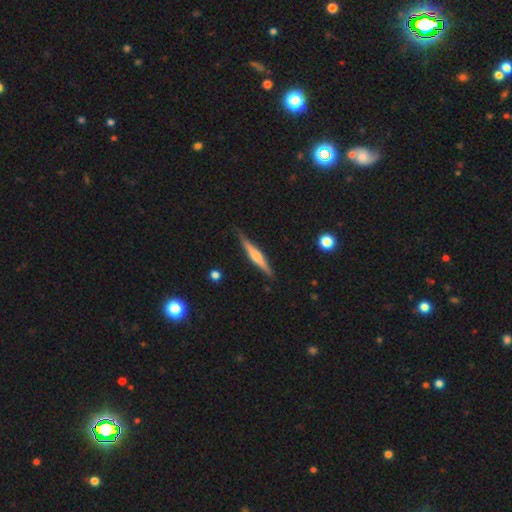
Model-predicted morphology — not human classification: featured or disk 67%, smooth 27%, star or artifact 6%. Down the decision tree: edge-on disk — yes (98%); edge-on bulge — rounded (72%); merging — none (89%).